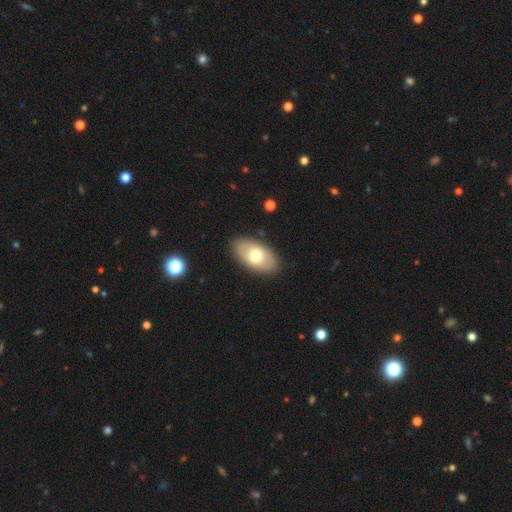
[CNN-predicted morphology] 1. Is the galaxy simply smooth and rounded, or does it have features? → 66% smooth, 28% featured or disk, 6% star or artifact.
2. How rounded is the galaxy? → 94% in between, 4% round, 2% cigar-shaped.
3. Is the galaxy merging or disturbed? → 86% none, 10% minor disturbance, 3% major disturbance, 1% merger.